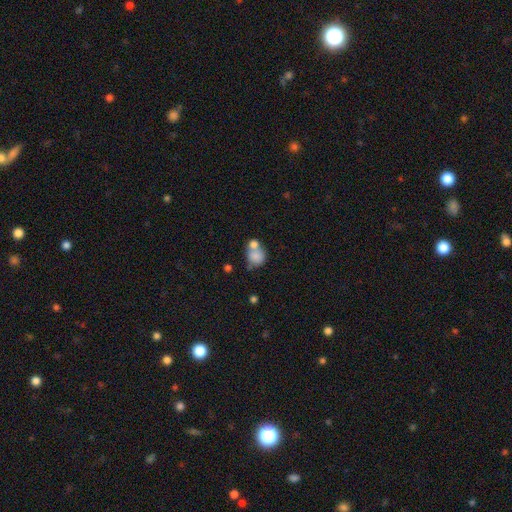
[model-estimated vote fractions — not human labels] Smooth or featured?
  - smooth: 78% *
  - featured or disk: 13%
  - star or artifact: 9%
How rounded?
  - round: 65% *
  - in between: 34%
  - cigar-shaped: 1%
Merging?
  - merger: 50% *
  - none: 30%
  - minor disturbance: 13%
  - major disturbance: 7%